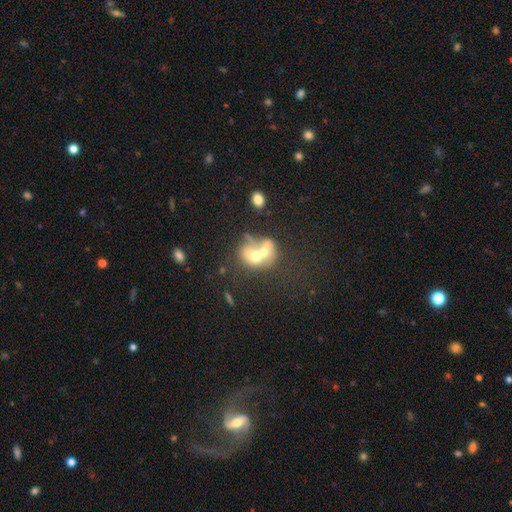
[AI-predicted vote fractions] This is possibly a smooth galaxy (53%). How rounded: possibly round (52%). Merging: likely merger (73%).